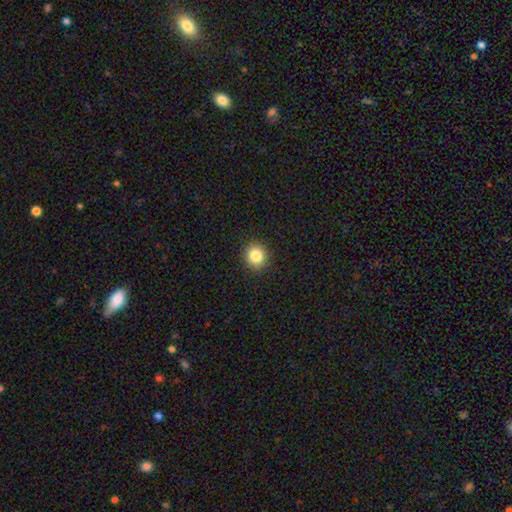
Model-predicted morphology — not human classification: smooth-or-featured: smooth: 84% | star or artifact: 11% | featured or disk: 5%
  how-rounded: round: 89% | in between: 11% | cigar-shaped: 1%
  merging: none: 92% | minor disturbance: 6% | major disturbance: 2% | merger: 1%